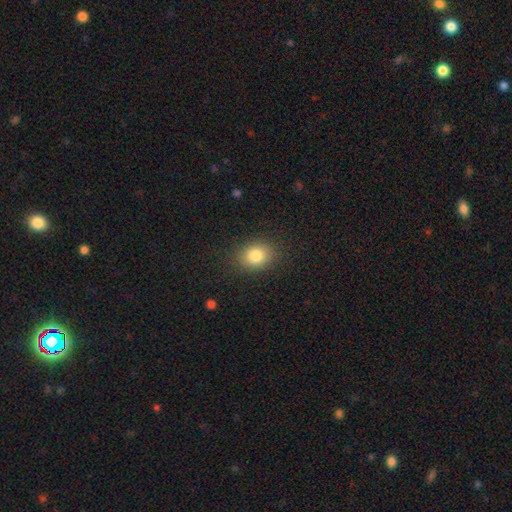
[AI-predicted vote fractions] Smooth or featured? Predicted: smooth (p=0.83). How rounded? Predicted: in between (p=0.50). Merging? Predicted: none (p=0.86).